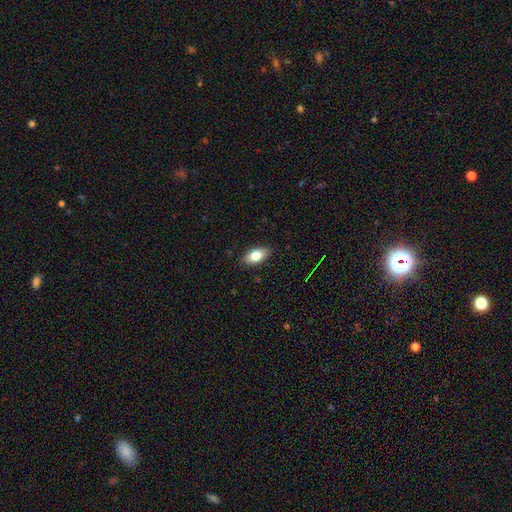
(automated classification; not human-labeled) Q: Smooth or featured?
A: smooth (78%); runner-up: featured or disk (14%)
Q: How rounded?
A: in between (89%); runner-up: round (6%)
Q: Merging?
A: none (86%); runner-up: minor disturbance (11%)